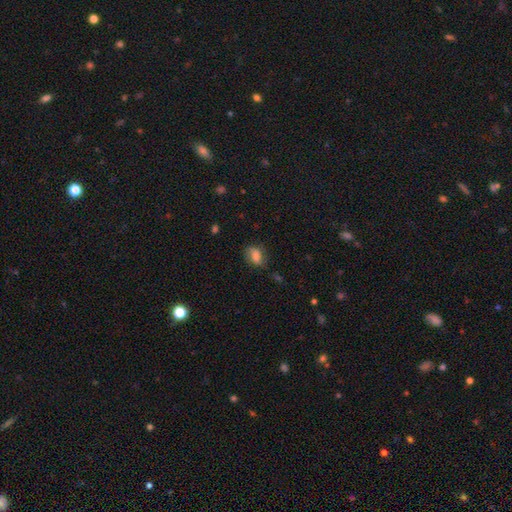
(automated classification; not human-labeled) Smooth or featured?
  - smooth: 66% *
  - featured or disk: 25%
  - star or artifact: 9%
How rounded?
  - in between: 76% *
  - round: 22%
  - cigar-shaped: 2%
Merging?
  - none: 66% *
  - minor disturbance: 24%
  - major disturbance: 8%
  - merger: 2%